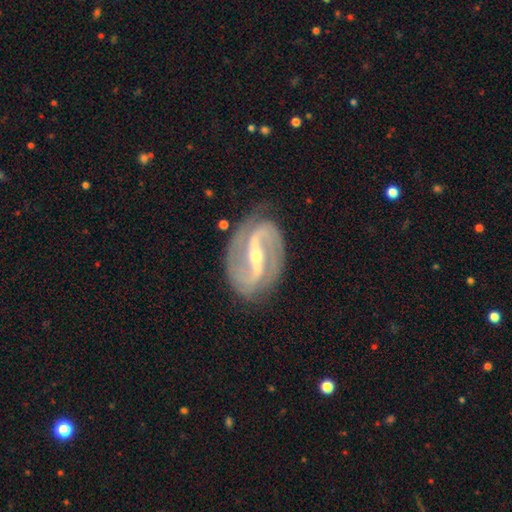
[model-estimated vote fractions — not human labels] smooth-or-featured: featured or disk: 91% | star or artifact: 4% | smooth: 4%
  disk-edge-on: no: 96% | yes: 4%
    bar: strong: 67% | weak: 24% | no: 9%
    has-spiral-arms: yes: 97% | no: 3%
      spiral-winding: medium: 51% | tight: 27% | loose: 22%
      spiral-arm-count: 2: 92% | can't tell: 2% | 3: 2% | 1: 1% | 4: 1% | more than 4: 1%
    bulge-size: small: 58% | moderate: 38% | large: 1% | none: 1% | dominant: 1%
  merging: none: 80% | minor disturbance: 14% | major disturbance: 5% | merger: 1%